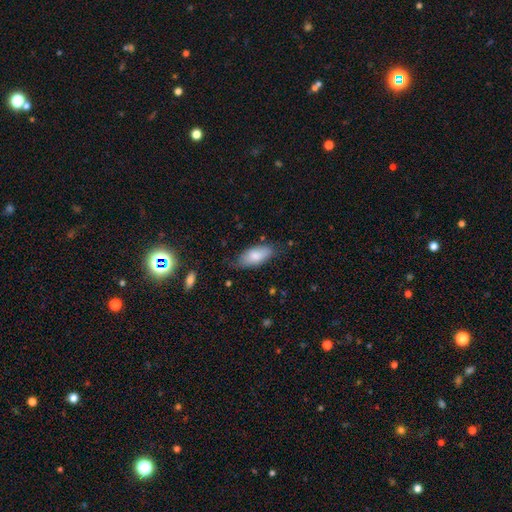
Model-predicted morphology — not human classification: Smooth or featured? smooth (79%)
How rounded? in between (87%)
Merging? none (70%)